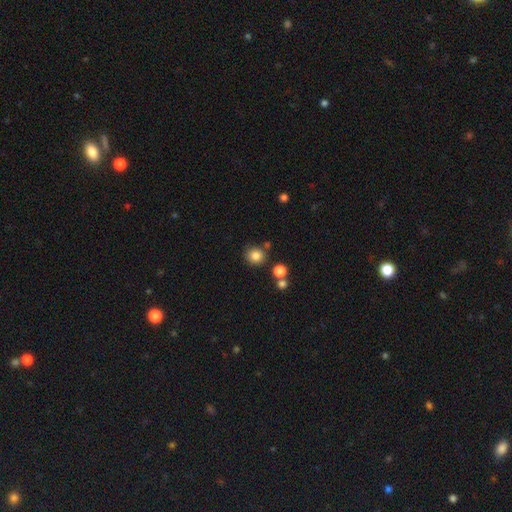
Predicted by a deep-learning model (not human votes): This is clearly a smooth galaxy (82%). How rounded: clearly round (89%). Merging: likely none (79%).